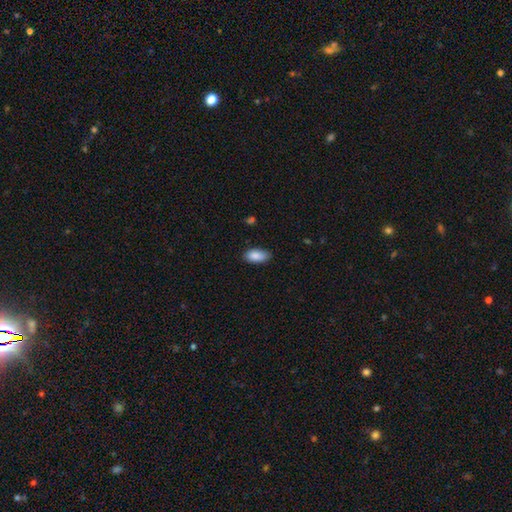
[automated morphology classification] smooth-or-featured: smooth: 89% | star or artifact: 7% | featured or disk: 5%
  how-rounded: in between: 93% | cigar-shaped: 5% | round: 2%
  merging: none: 83% | minor disturbance: 14% | major disturbance: 2% | merger: 1%